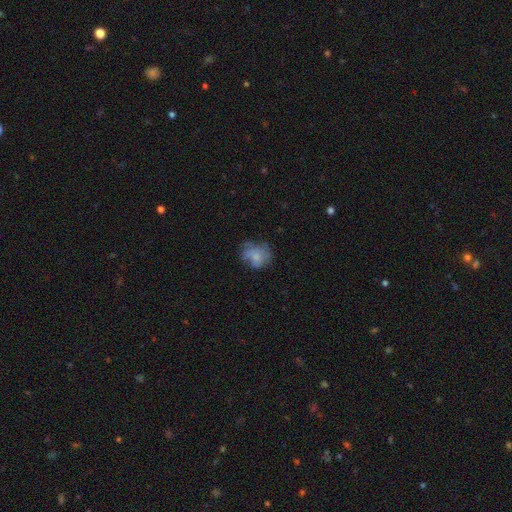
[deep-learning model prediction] Q: Smooth or featured?
A: smooth (60%); runner-up: featured or disk (29%)
Q: How rounded?
A: round (61%); runner-up: in between (38%)
Q: Merging?
A: none (49%); runner-up: minor disturbance (27%)